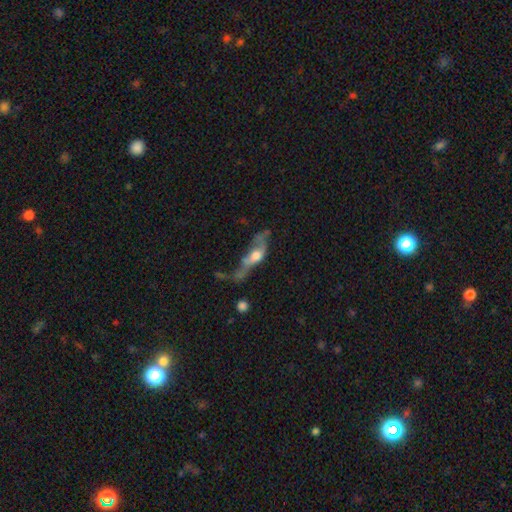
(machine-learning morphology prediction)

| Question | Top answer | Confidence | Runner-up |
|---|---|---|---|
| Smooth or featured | featured or disk | 54% | smooth (37%) |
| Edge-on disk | no | 63% | yes (37%) |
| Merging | major disturbance | 42% | none (21%) |